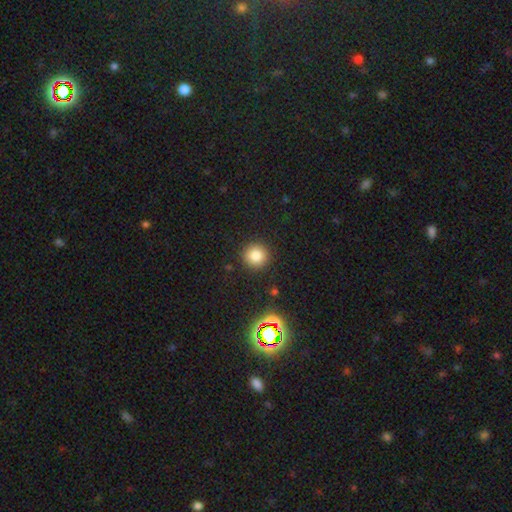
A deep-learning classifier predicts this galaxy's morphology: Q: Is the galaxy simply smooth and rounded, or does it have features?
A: smooth — 82%.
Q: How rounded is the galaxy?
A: round — 95%.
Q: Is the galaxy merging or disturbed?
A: none — 91%.